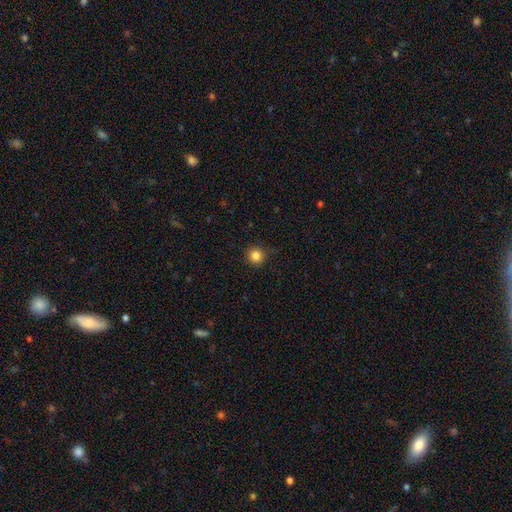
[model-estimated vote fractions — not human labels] Smooth or featured: smooth — 85% (star or artifact — 11%)
How rounded: round — 93% (in between — 6%)
Merging: none — 88% (minor disturbance — 8%)